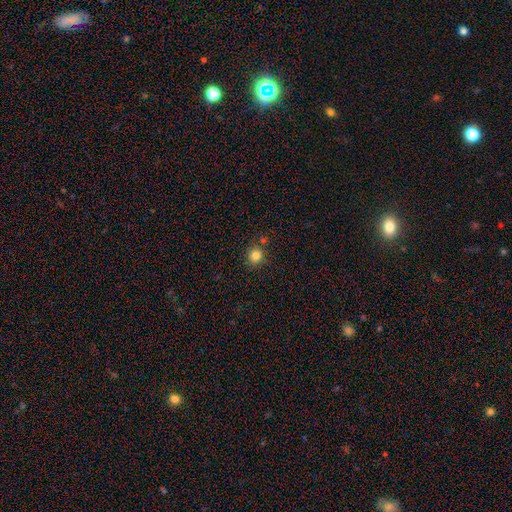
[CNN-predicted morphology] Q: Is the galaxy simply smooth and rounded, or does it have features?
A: smooth — 82%.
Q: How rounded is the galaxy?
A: round — 88%.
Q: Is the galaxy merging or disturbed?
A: none — 79%.